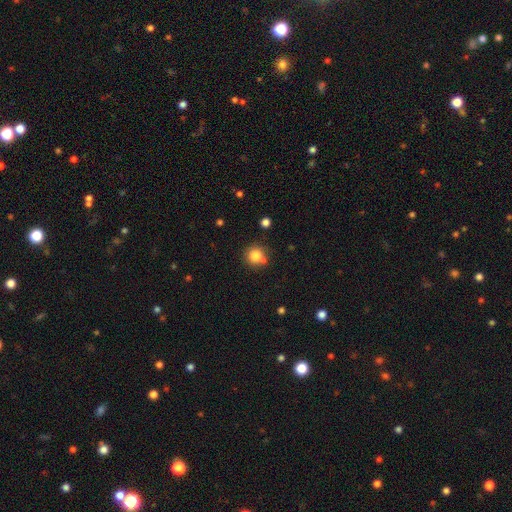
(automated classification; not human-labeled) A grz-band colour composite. It shows a smooth galaxy with no disk features (82%) that is round (91%). Merging: none (71%).